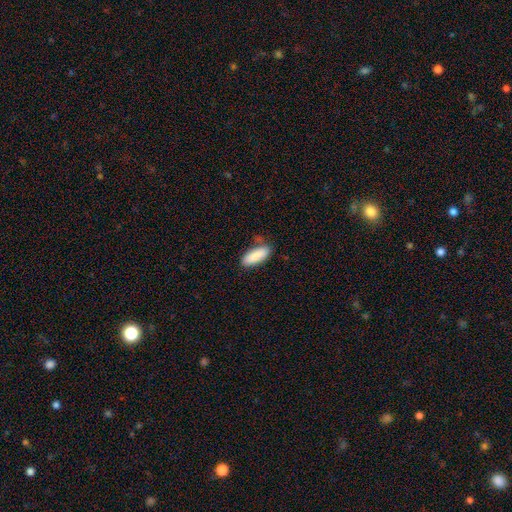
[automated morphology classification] Smooth or featured?
  - smooth: 88% *
  - star or artifact: 6%
  - featured or disk: 5%
How rounded?
  - in between: 75% *
  - cigar-shaped: 24%
  - round: 2%
Merging?
  - none: 73% *
  - minor disturbance: 18%
  - merger: 5%
  - major disturbance: 4%